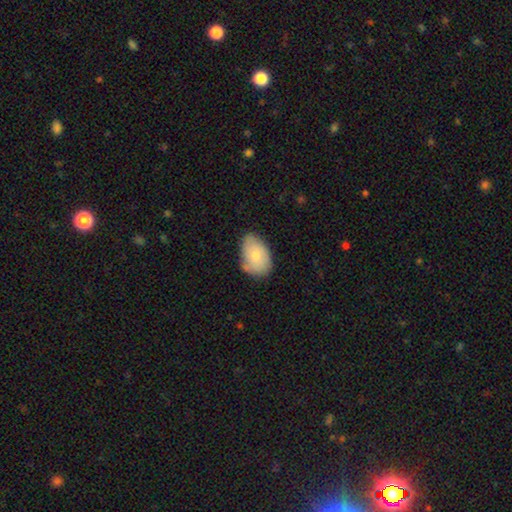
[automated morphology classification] This appears to be a smooth galaxy with no disk features (71%) that is in between round and cigar-shaped (86%). Merging: none (61%).